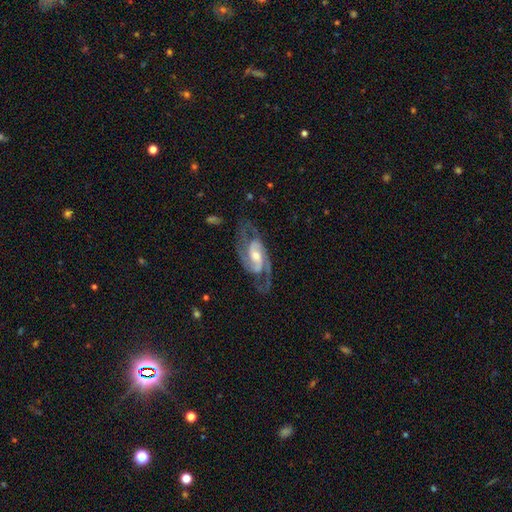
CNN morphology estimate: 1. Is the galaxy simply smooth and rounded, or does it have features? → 91% featured or disk, 4% smooth, 4% star or artifact.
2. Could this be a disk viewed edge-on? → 96% no, 4% yes.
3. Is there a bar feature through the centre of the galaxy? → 45% weak, 34% no, 21% strong.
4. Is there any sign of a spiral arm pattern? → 98% yes, 2% no.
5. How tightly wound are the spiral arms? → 57% medium, 30% tight, 13% loose.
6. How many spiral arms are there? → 82% 2, 9% 3, 4% can't tell, 2% 1, 2% 4, 2% more than 4.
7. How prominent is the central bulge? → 58% moderate, 33% small, 6% large, 2% none, 1% dominant.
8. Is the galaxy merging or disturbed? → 74% none, 16% minor disturbance, 9% major disturbance, 1% merger.